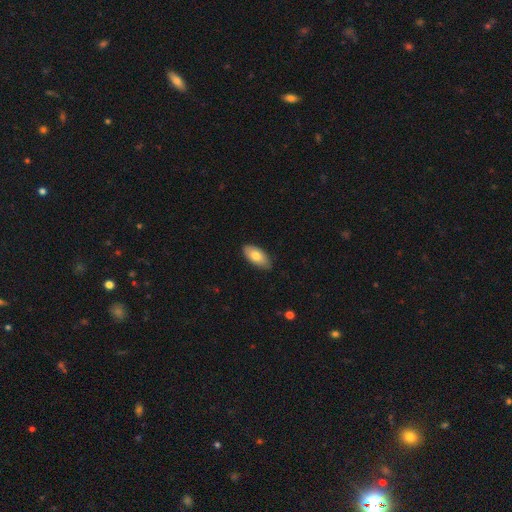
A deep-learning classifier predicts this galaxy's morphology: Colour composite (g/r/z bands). It shows a smooth galaxy with no disk features (77%) that is in between round and cigar-shaped (93%). Merging: none (85%).